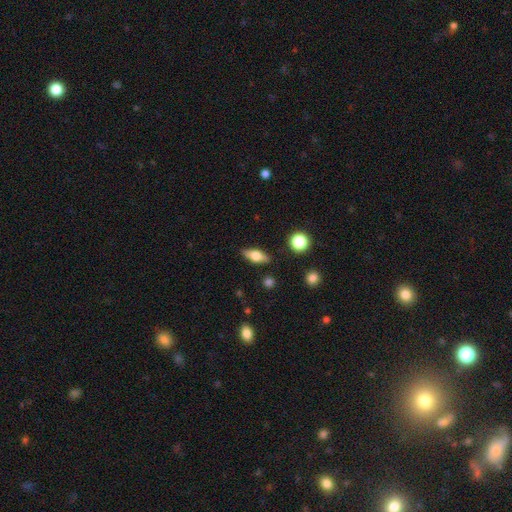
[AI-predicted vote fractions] This appears to be a smooth galaxy with no disk features (57%) that is in between round and cigar-shaped (70%). Merging: none (85%).